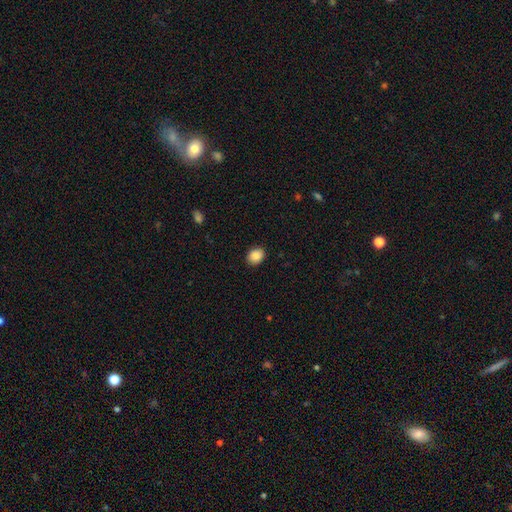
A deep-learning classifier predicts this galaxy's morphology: This appears to be a smooth galaxy with no disk features (88%) that is round (54%). Merging: none (90%).